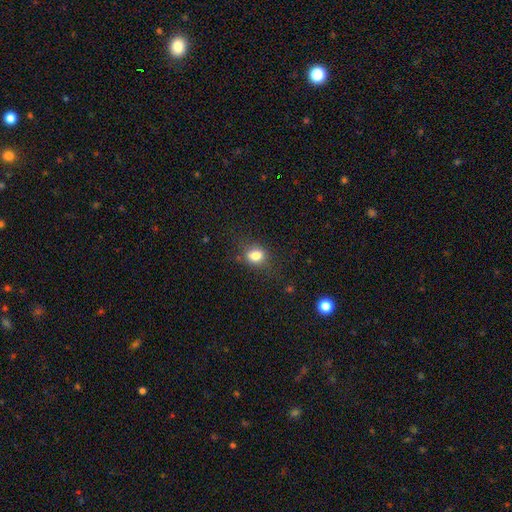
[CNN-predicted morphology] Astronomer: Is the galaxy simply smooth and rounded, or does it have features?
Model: smooth — 80%.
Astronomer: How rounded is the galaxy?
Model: round — 60% (runner-up: in between, 39%).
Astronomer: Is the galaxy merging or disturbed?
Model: none — 74%.